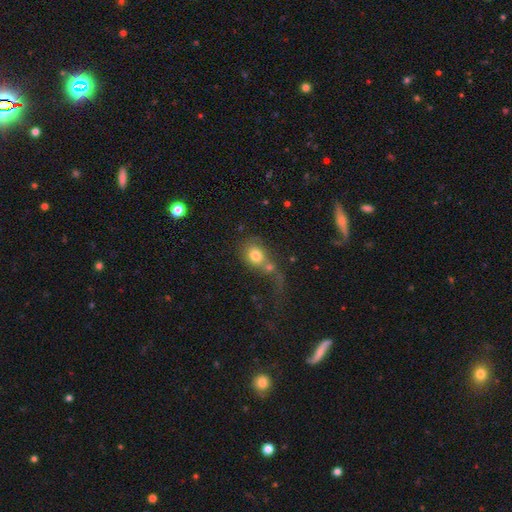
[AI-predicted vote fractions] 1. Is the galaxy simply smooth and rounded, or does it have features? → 74% smooth, 16% featured or disk, 10% star or artifact.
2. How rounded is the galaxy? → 55% round, 43% in between, 2% cigar-shaped.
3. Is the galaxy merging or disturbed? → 47% merger, 23% none, 20% major disturbance, 10% minor disturbance.